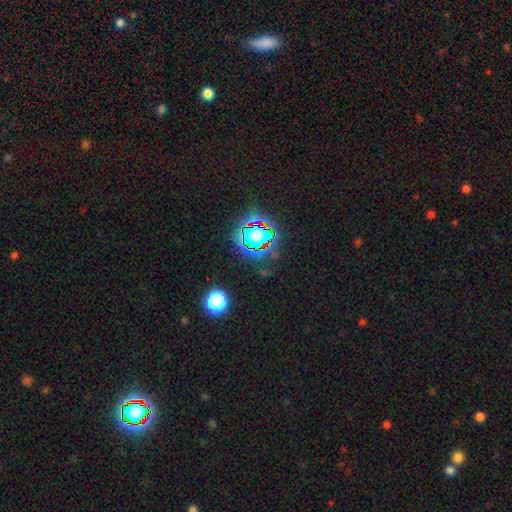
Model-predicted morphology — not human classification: Smooth or featured?
  - star or artifact: 77% *
  - smooth: 15%
  - featured or disk: 8%